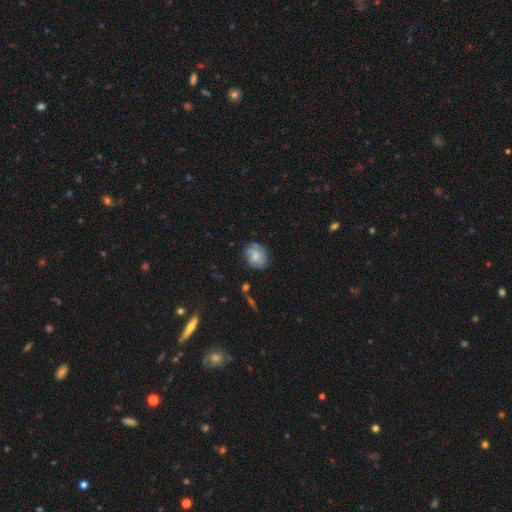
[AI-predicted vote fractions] The model was most divided on "smooth or featured": featured or disk: 50%, smooth: 42%, star or artifact: 8%. More confident: merging — none (69%).